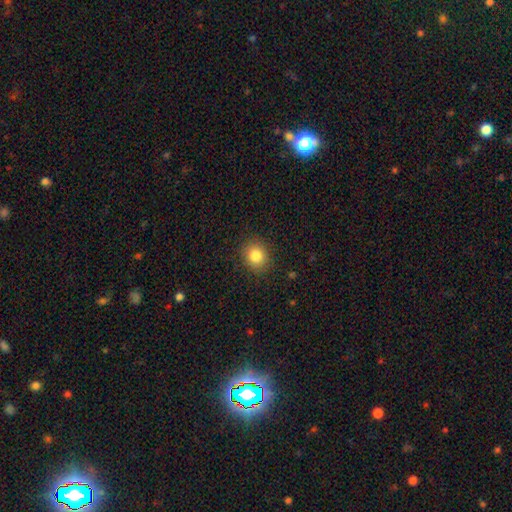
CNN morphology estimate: type=smooth (83%); roundness=round (73%); merging=none (89%).